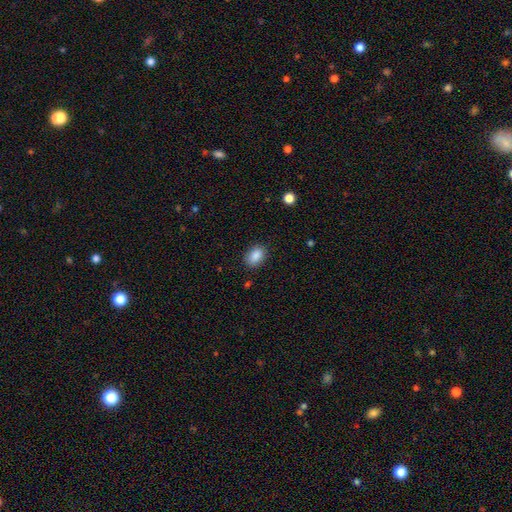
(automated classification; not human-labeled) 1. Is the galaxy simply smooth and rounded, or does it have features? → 88% smooth, 8% star or artifact, 4% featured or disk.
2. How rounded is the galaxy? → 83% in between, 16% round, 1% cigar-shaped.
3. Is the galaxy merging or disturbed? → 84% none, 12% minor disturbance, 3% major disturbance, 1% merger.